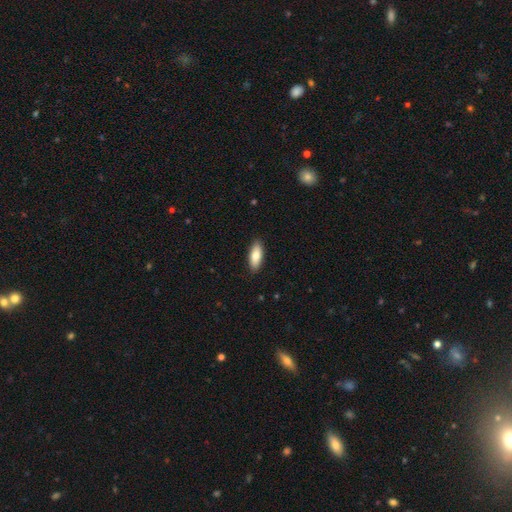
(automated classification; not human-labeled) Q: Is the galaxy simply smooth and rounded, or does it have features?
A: smooth — 81%.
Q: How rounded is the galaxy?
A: in between — 77%.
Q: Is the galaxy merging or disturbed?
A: none — 89%.